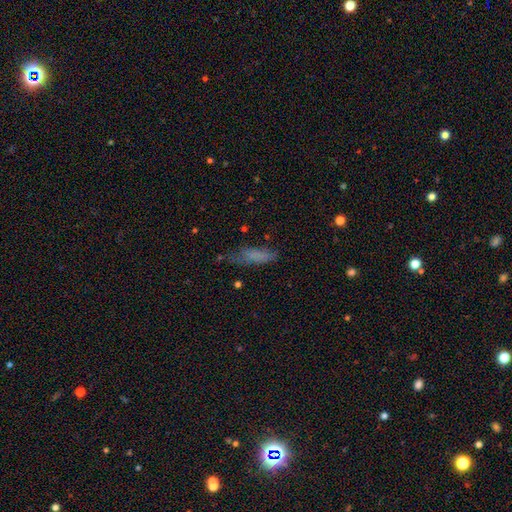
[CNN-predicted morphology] Smooth or featured? Predicted: smooth (p=0.70). How rounded? Predicted: cigar-shaped (p=0.57). Merging? Predicted: none (p=0.53).